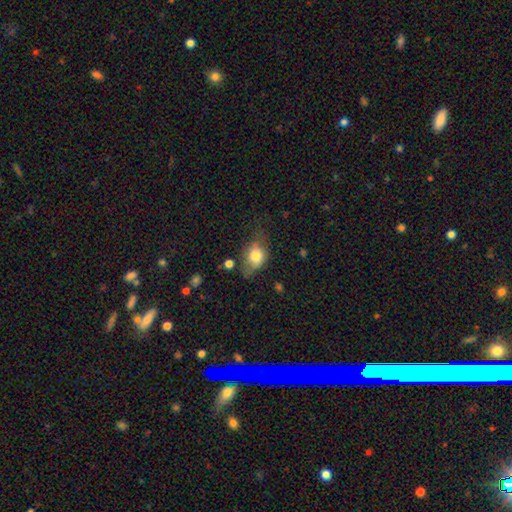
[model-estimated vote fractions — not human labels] Smooth or featured: smooth — 75% (featured or disk — 17%)
How rounded: in between — 66% (round — 32%)
Merging: none — 43% (minor disturbance — 35%)